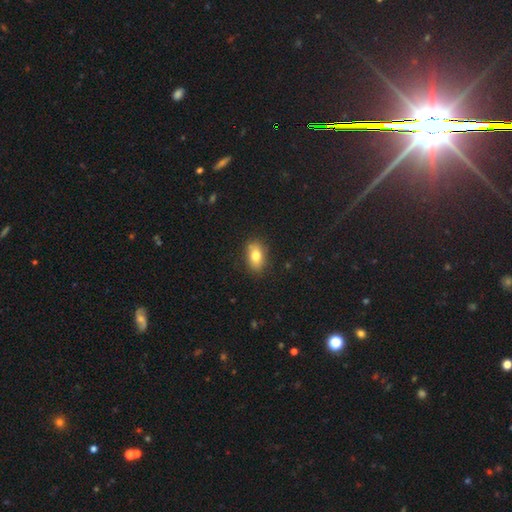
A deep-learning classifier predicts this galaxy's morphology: A smooth galaxy with no disk features (78%) that is in between round and cigar-shaped (83%).

Vote fractions:
- Smooth or featured? smooth: 78% / featured or disk: 13% / star or artifact: 9%
- How rounded? in between: 83% / round: 14% / cigar-shaped: 2%
- Merging? none: 82% / minor disturbance: 14% / major disturbance: 3% / merger: 2%